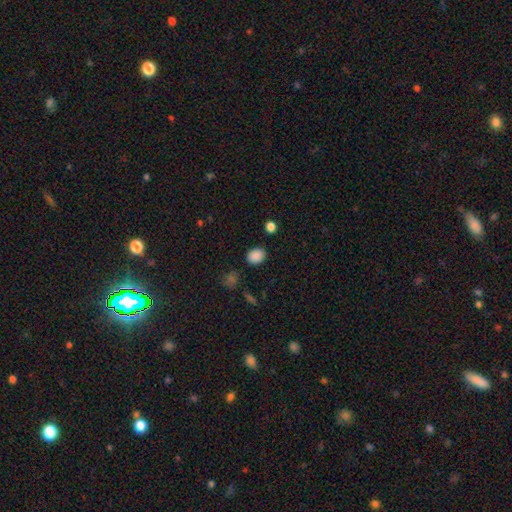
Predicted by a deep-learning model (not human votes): Morphology: type=smooth (86%); roundness=in between (57%); merging=none (83%).